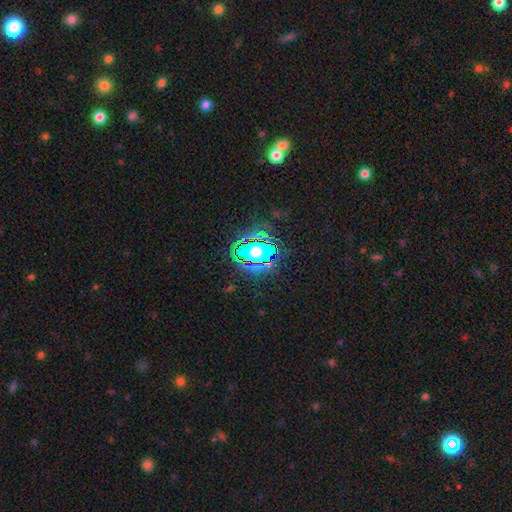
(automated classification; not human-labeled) Smooth or featured? Predicted: star or artifact (p=0.54).